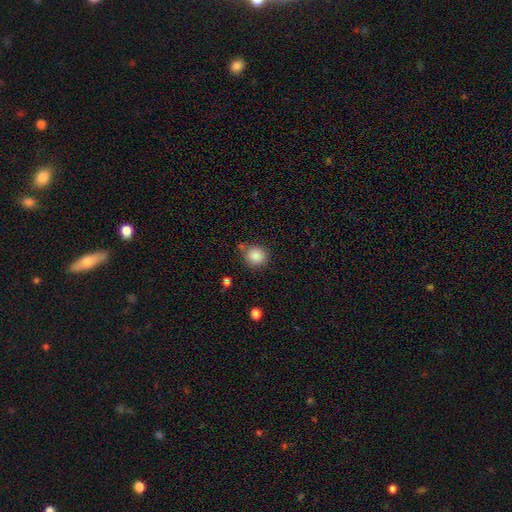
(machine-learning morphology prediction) Smooth or featured?
  - smooth: 87% *
  - star or artifact: 9%
  - featured or disk: 4%
How rounded?
  - round: 84% *
  - in between: 15%
  - cigar-shaped: 1%
Merging?
  - none: 71% *
  - minor disturbance: 17%
  - merger: 7%
  - major disturbance: 5%